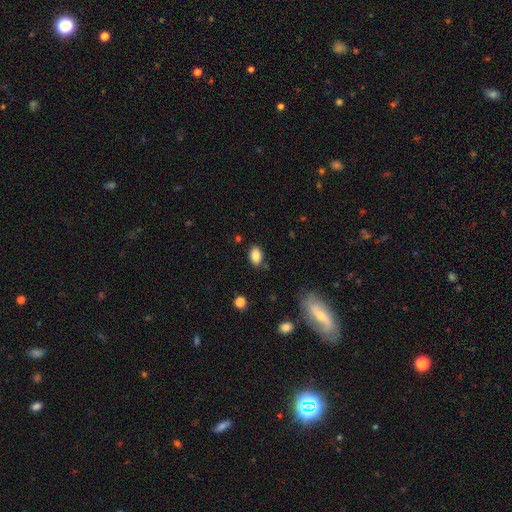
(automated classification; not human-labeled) Morphology: type=smooth (85%); roundness=in between (87%); merging=none (84%).